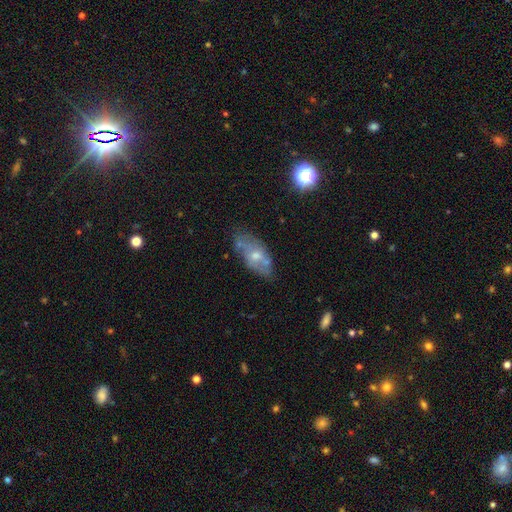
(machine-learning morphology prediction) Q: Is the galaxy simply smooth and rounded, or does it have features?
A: featured or disk — 57%.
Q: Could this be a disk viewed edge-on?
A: no — 85%.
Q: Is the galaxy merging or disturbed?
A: none — 61%.